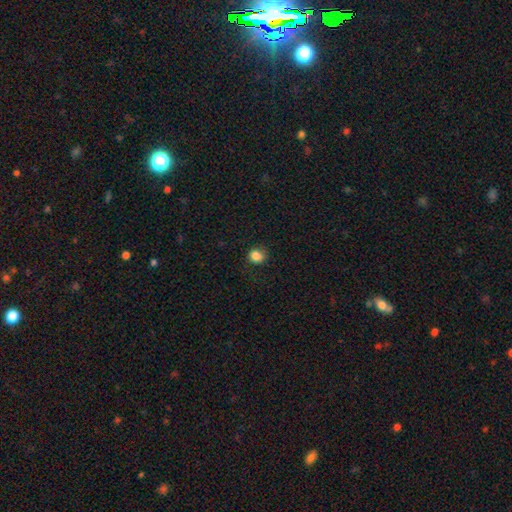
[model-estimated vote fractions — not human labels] A smooth galaxy with no disk features (85%) that is round (72%). Merging: none (79%).